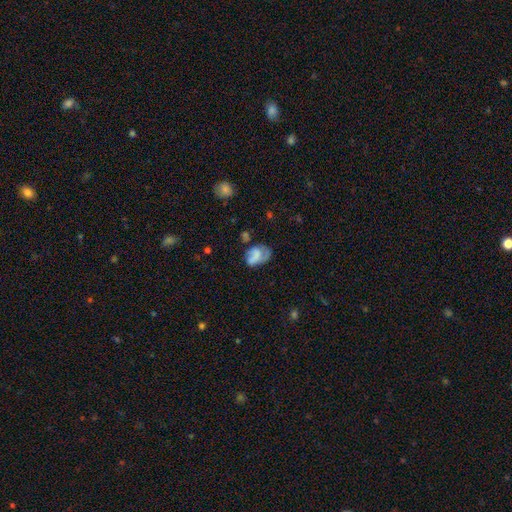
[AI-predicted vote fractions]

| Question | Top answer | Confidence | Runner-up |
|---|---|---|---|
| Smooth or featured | smooth | 53% | featured or disk (38%) |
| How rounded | in between | 78% | round (21%) |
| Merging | none | 39% | minor disturbance (29%) |